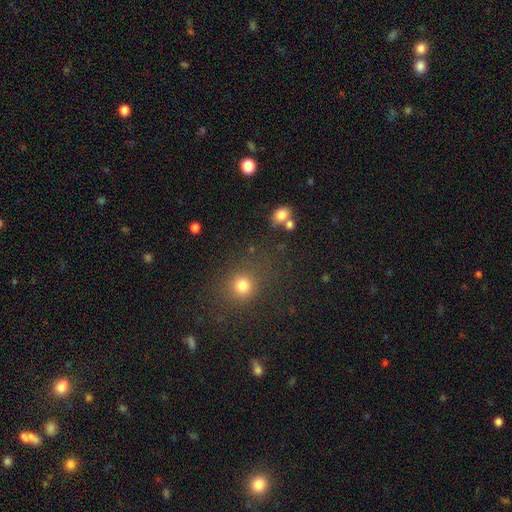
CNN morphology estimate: The model was most divided on "smooth or featured": smooth: 58%, star or artifact: 35%, featured or disk: 7%. More confident: merging — none (84%); how rounded — round (83%).